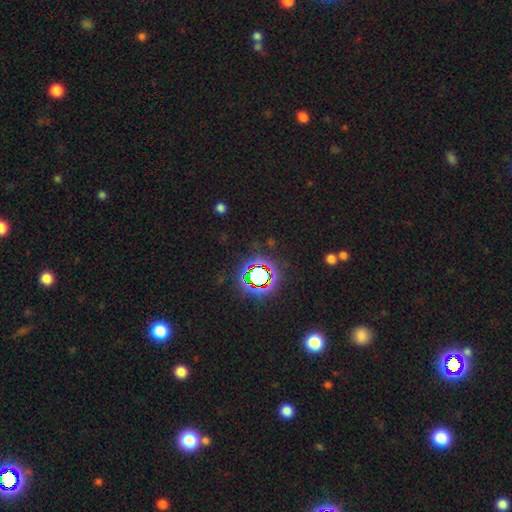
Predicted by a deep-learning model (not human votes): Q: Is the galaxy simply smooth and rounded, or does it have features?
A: star or artifact — 76%.